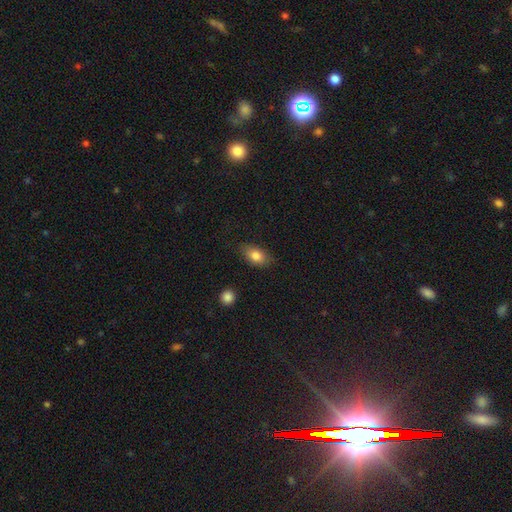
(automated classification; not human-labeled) The model was most divided on "merging": none: 81%, minor disturbance: 15%, major disturbance: 3%, merger: 1%. More confident: how rounded — in between (87%); smooth or featured — smooth (81%).